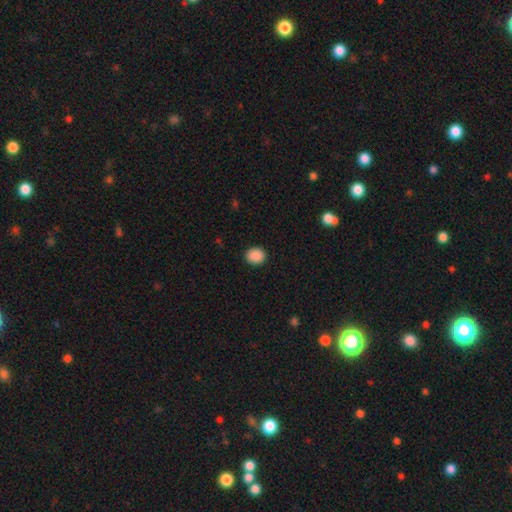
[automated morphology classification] This is clearly a smooth galaxy (89%). How rounded: likely round (68%). Merging: clearly none (90%).